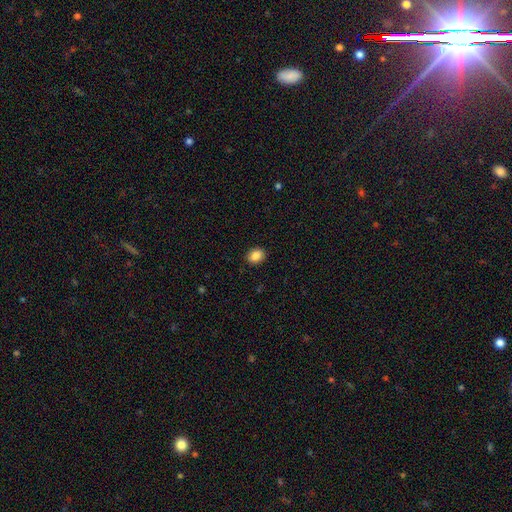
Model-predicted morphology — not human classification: Smooth or featured?
  - smooth: 87% *
  - star or artifact: 9%
  - featured or disk: 4%
How rounded?
  - in between: 59% *
  - round: 40%
  - cigar-shaped: 1%
Merging?
  - none: 90% *
  - minor disturbance: 7%
  - major disturbance: 2%
  - merger: 1%